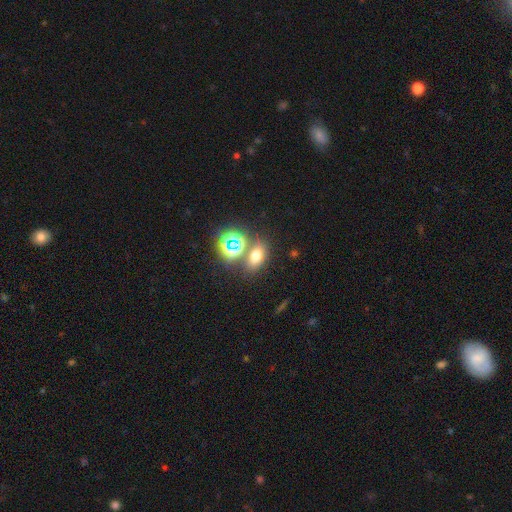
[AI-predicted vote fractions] Q: Smooth or featured?
A: smooth (62%); runner-up: star or artifact (27%)
Q: How rounded?
A: in between (70%); runner-up: round (27%)
Q: Merging?
A: none (65%); runner-up: merger (20%)